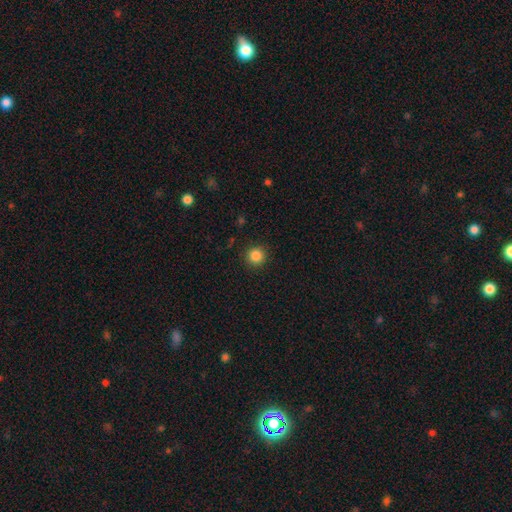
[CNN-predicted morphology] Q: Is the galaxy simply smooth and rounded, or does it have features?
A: smooth — 86%.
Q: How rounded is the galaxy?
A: round — 95%.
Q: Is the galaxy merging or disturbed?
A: none — 92%.